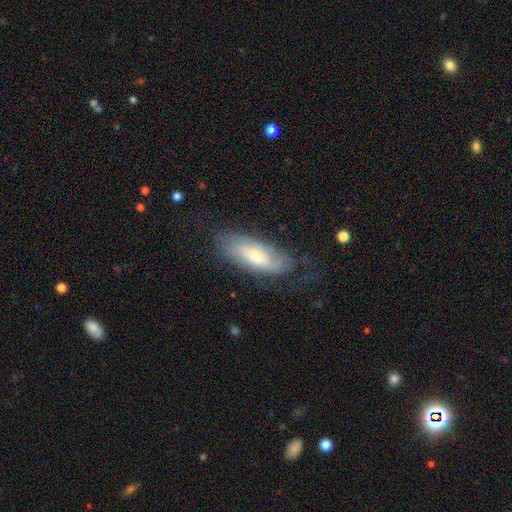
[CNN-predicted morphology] Smooth or featured? Predicted: featured or disk (p=0.53). Edge-on disk? Predicted: no (p=0.81). Merging? Predicted: none (p=0.61).